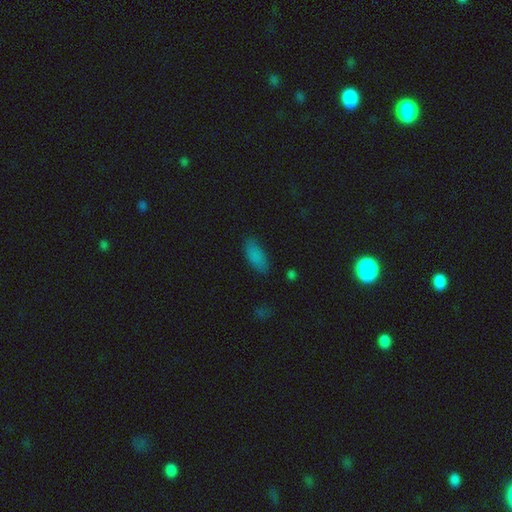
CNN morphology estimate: The model was most divided on "merging": none: 81%, minor disturbance: 14%, major disturbance: 3%, merger: 2%. More confident: how rounded — in between (86%); smooth or featured — smooth (84%).